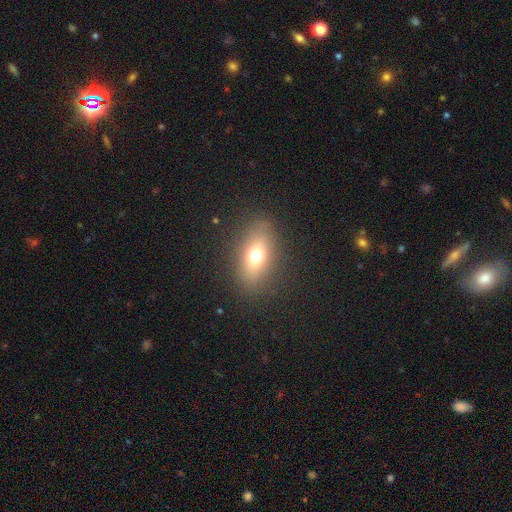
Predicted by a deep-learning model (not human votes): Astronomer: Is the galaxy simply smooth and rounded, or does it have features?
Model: smooth — 68%.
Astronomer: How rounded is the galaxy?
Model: in between — 77%.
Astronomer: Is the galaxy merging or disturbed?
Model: none — 86%.